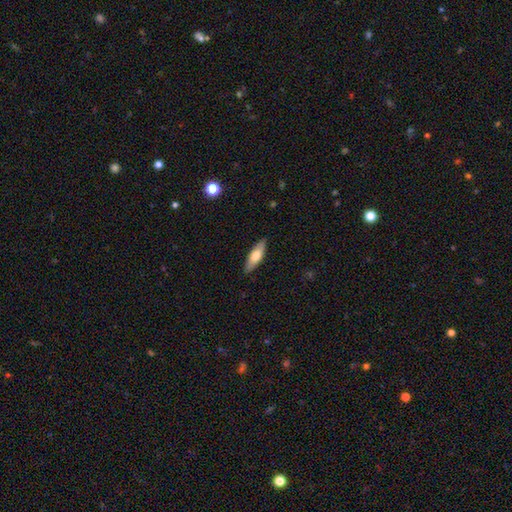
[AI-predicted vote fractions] A smooth galaxy with no disk features (64%) that is cigar-shaped (49%, tied with in between). Merging: none (88%).